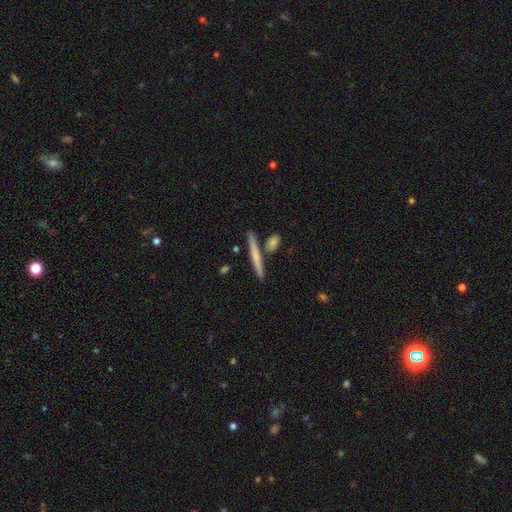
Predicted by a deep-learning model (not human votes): Smooth or featured? Predicted: smooth (p=0.56). How rounded? Predicted: cigar-shaped (p=0.94). Merging? Predicted: none (p=0.80).